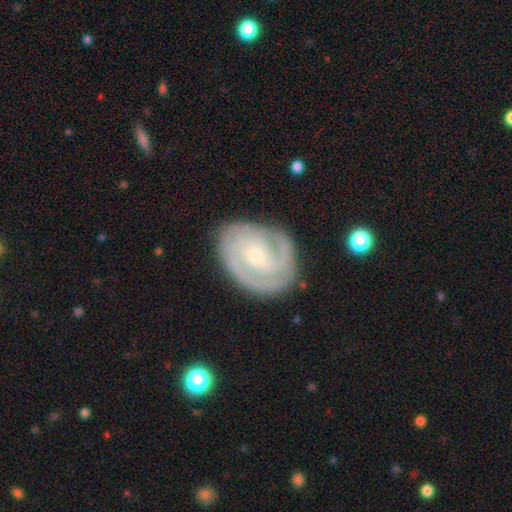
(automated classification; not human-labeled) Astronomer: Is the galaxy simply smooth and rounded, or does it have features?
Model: featured or disk — 87%.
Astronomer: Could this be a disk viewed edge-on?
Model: no — 97%.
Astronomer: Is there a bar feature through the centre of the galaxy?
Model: no — 65%.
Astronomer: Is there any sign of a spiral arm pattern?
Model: yes — 97%.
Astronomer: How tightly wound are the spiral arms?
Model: tight — 71%.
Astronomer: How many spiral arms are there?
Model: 2 — 47% (runner-up: 3, 25%).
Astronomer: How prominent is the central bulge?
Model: small — 74%.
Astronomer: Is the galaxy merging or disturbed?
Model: none — 79%.